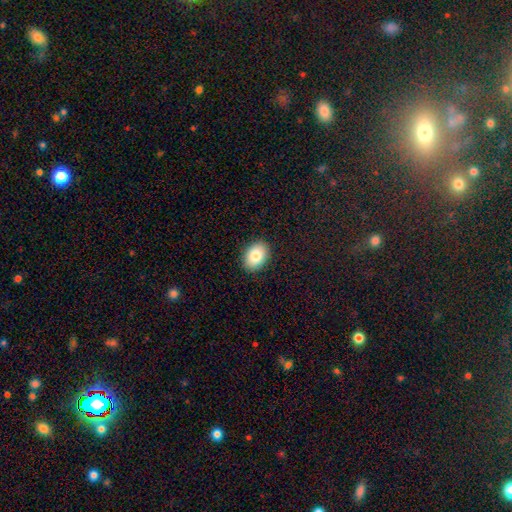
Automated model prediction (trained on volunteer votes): Smooth or featured?
  - smooth: 84% *
  - featured or disk: 8%
  - star or artifact: 7%
How rounded?
  - in between: 77% *
  - round: 22%
  - cigar-shaped: 1%
Merging?
  - none: 90% *
  - minor disturbance: 8%
  - major disturbance: 2%
  - merger: 1%